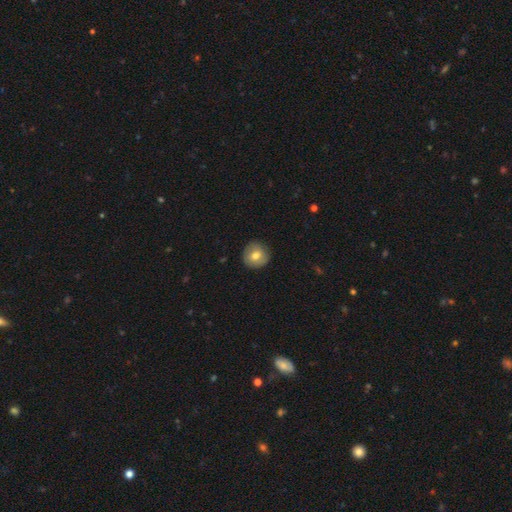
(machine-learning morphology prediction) The model was most divided on "smooth or featured": smooth: 73%, featured or disk: 19%, star or artifact: 8%. More confident: how rounded — round (92%); merging — none (87%).